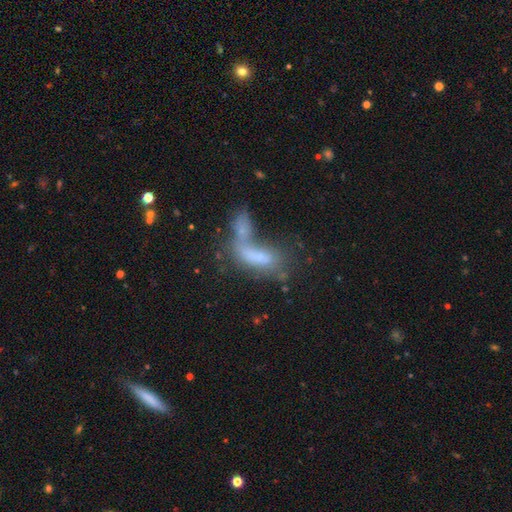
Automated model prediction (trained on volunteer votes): Smooth or featured: smooth — 57% (featured or disk — 30%)
How rounded: in between — 68% (cigar-shaped — 27%)
Merging: merger — 59% (none — 17%)